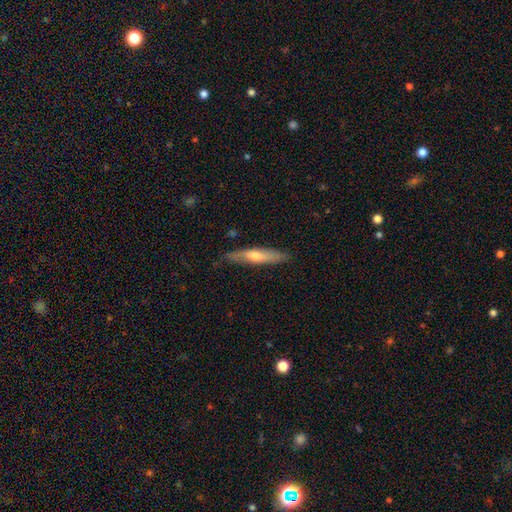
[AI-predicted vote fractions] Overall: featured or disk (50%; smooth 44%). Merging: none (82%).